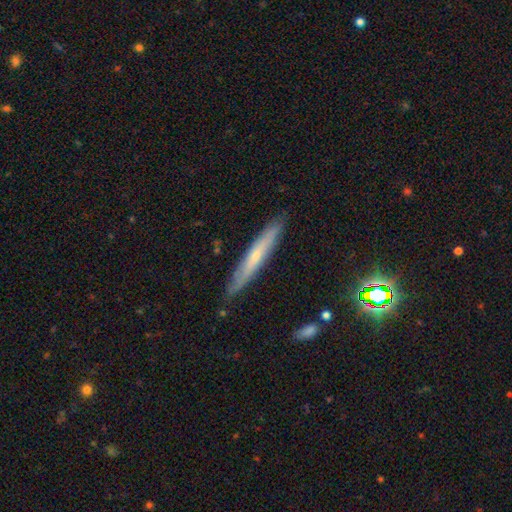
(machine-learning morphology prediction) Smooth or featured? featured or disk (48%)
Merging? none (86%)